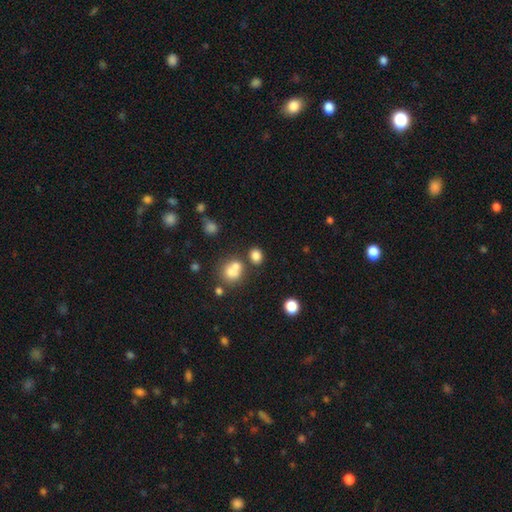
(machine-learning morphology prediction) This is likely a smooth galaxy (80%). How rounded: possibly round (54%). Merging: likely none (65%).